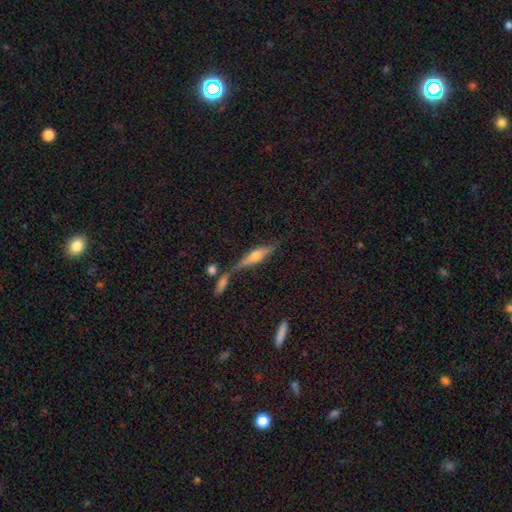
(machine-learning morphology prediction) Overall: featured or disk (57%; smooth 34%). Edge-on disk: yes (91%). Edge-on bulge: rounded (88%). Merging: none (59%; merger 20%).